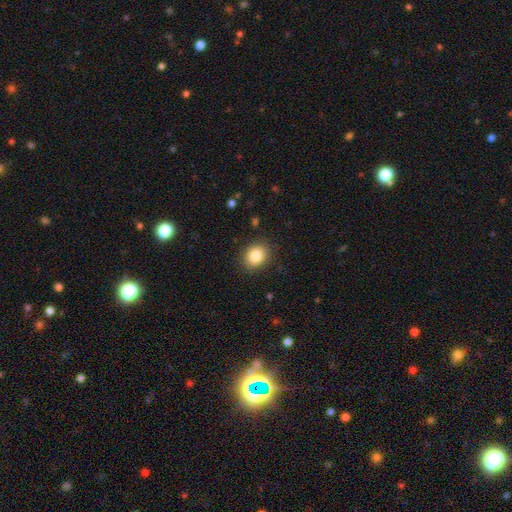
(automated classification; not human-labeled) The model was most divided on "how rounded": round: 51%, in between: 48%, cigar-shaped: 1%. More confident: merging — none (87%); smooth or featured — smooth (85%).